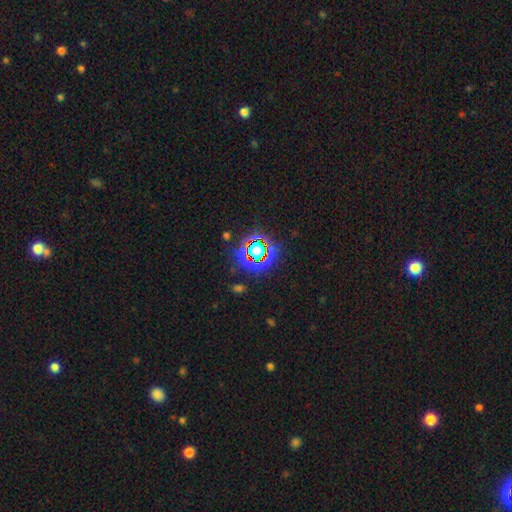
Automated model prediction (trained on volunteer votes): The model was most divided on "smooth or featured": star or artifact: 79%, smooth: 13%, featured or disk: 8%.